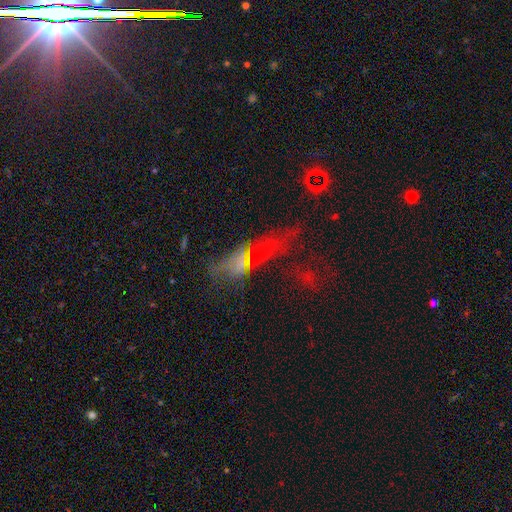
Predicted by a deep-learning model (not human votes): smooth 36% (tied), featured or disk 36% (tied), star or artifact 28%. Down the decision tree: merging — major disturbance (34%).